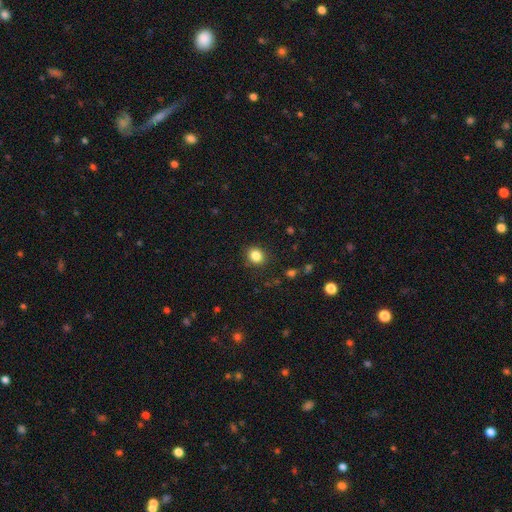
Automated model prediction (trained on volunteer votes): Smooth or featured?
  - smooth: 84% *
  - star or artifact: 11%
  - featured or disk: 5%
How rounded?
  - round: 66% *
  - in between: 33%
  - cigar-shaped: 1%
Merging?
  - none: 88% *
  - minor disturbance: 8%
  - major disturbance: 3%
  - merger: 1%